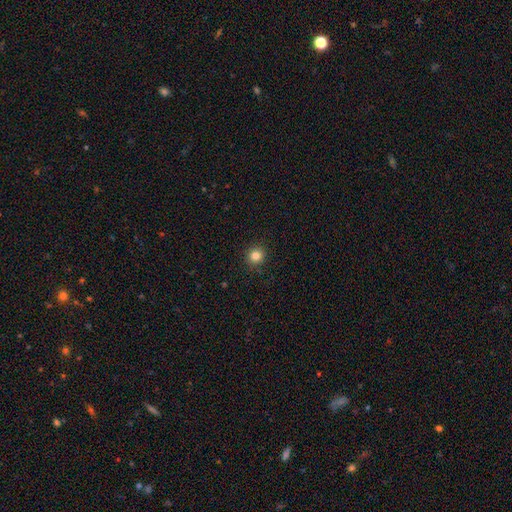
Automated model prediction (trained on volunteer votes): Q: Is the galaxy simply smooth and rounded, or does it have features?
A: smooth — 83%.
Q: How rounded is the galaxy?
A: round — 91%.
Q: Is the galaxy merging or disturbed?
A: none — 91%.